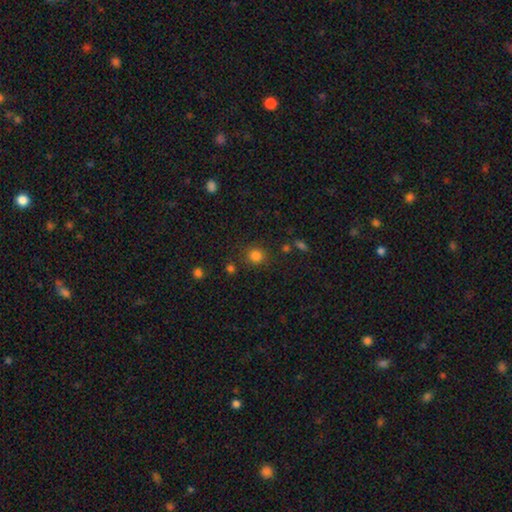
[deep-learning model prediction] smooth 82%, star or artifact 14%, featured or disk 5%. Down the decision tree: how rounded — round (87%); merging — none (83%).